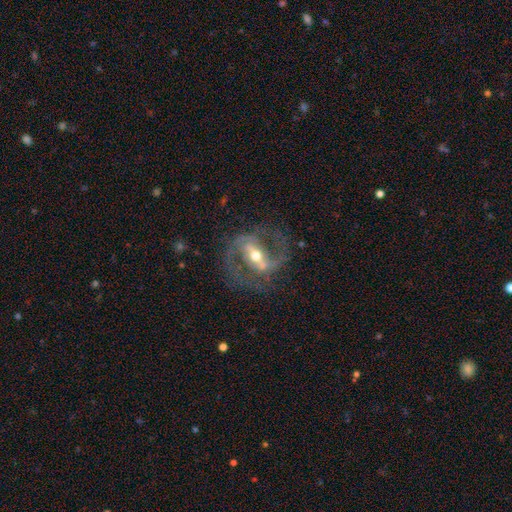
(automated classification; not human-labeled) Smooth or featured? featured or disk (89%)
Edge-on disk? no (96%)
Bar? strong (60%)
Spiral arms? yes (95%)
Spiral winding? medium (58%)
Spiral arm count? 2 (91%)
Bulge size? moderate (61%)
Merging? none (74%)